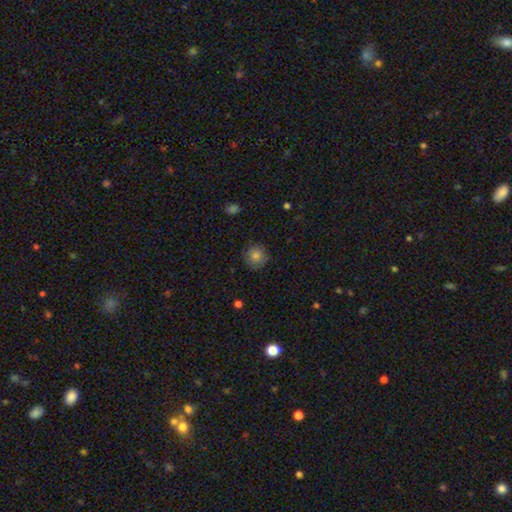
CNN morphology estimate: smooth-or-featured: smooth: 80% | featured or disk: 10% | star or artifact: 10%
  how-rounded: round: 92% | in between: 7% | cigar-shaped: 1%
  merging: none: 84% | minor disturbance: 12% | major disturbance: 3% | merger: 1%